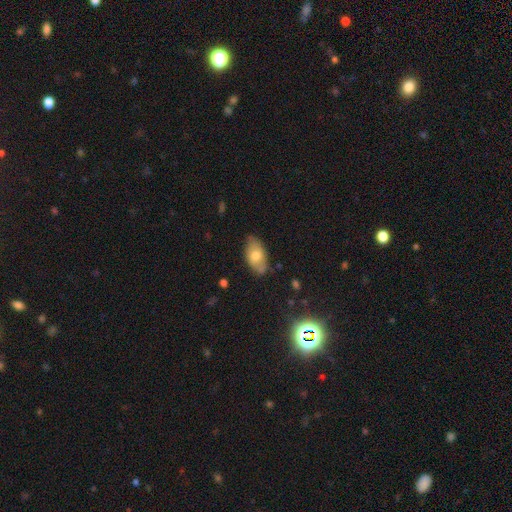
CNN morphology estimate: Q: Smooth or featured?
A: smooth (69%); runner-up: featured or disk (23%)
Q: How rounded?
A: in between (92%); runner-up: round (5%)
Q: Merging?
A: none (68%); runner-up: minor disturbance (24%)